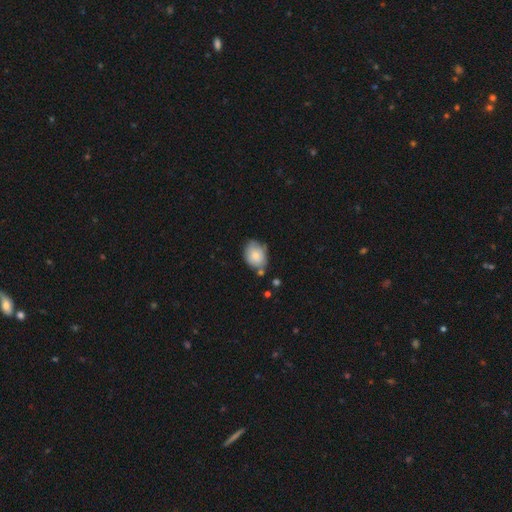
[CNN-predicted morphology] A smooth galaxy with no disk features (78%) that is in between round and cigar-shaped (63%). Merging: none (59%).